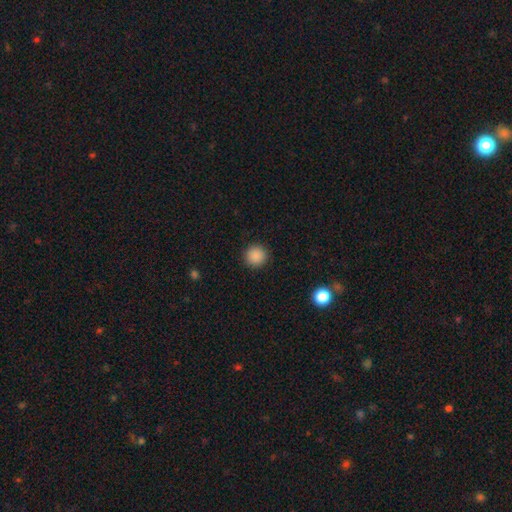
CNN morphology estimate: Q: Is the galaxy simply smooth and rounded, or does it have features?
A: smooth — 88%.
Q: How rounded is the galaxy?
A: round — 95%.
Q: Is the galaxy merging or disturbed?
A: none — 92%.